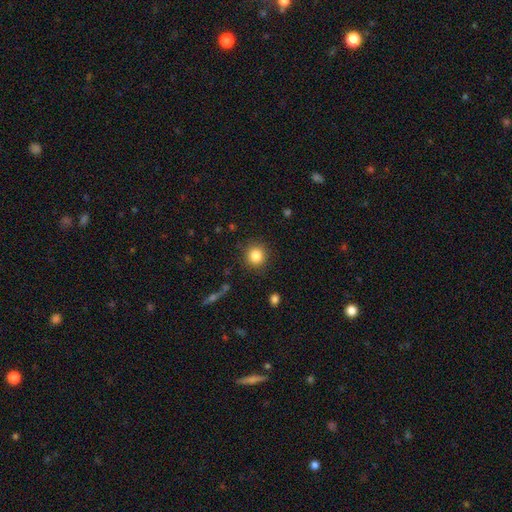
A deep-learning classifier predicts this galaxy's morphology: Smooth or featured? smooth (84%)
How rounded? round (92%)
Merging? none (88%)